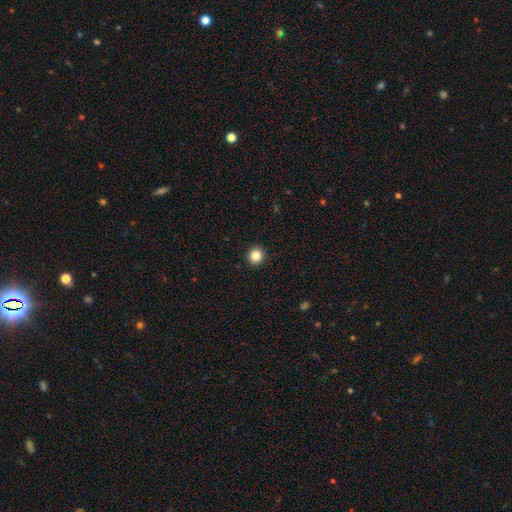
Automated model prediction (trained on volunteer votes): Overall: smooth (85%). How rounded: round (93%). Merging: none (93%).